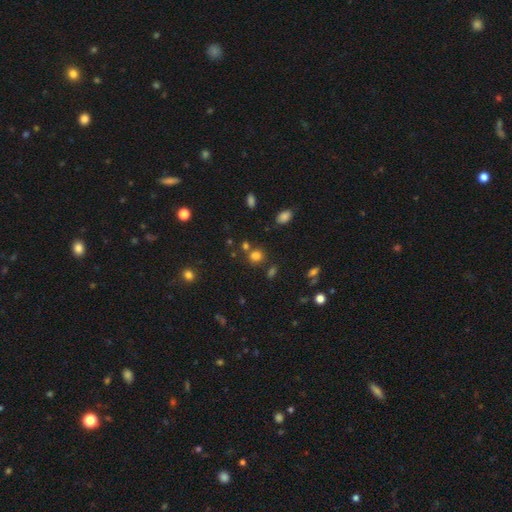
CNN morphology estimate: Smooth or featured? smooth (76%)
How rounded? round (80%)
Merging? none (69%)